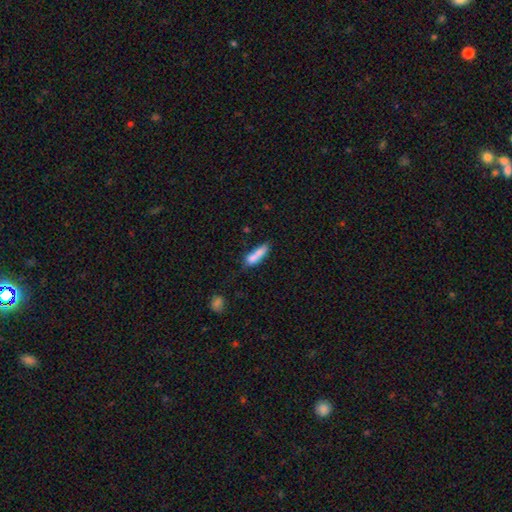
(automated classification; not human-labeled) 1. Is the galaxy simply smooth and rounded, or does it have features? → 71% smooth, 20% featured or disk, 8% star or artifact.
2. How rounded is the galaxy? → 55% cigar-shaped, 41% in between, 3% round.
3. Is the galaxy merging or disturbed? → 39% merger, 35% none, 18% minor disturbance, 8% major disturbance.